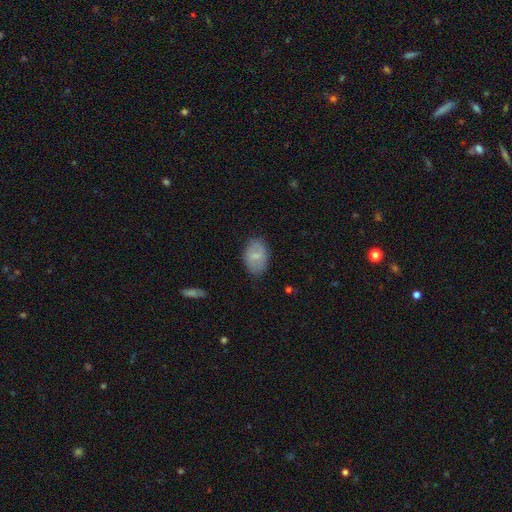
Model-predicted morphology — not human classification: type=smooth (64%); roundness=in between (86%); merging=none (81%).